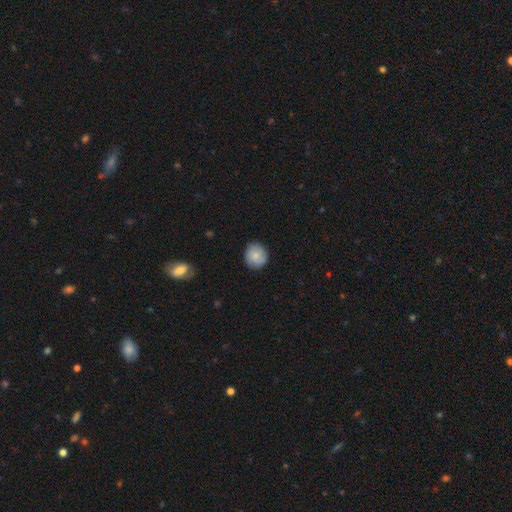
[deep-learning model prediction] Overall: smooth (76%). How rounded: round (89%). Merging: none (85%).